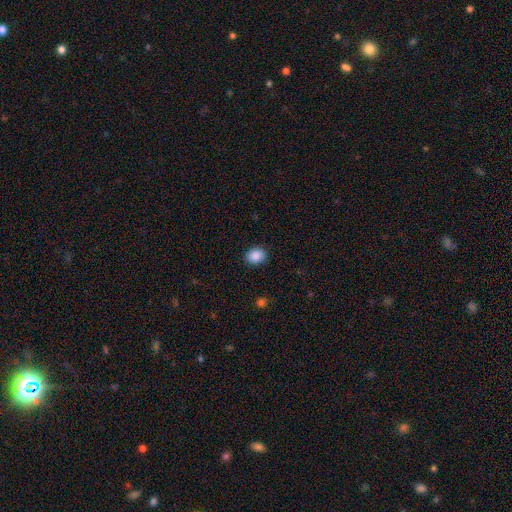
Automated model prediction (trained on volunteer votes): Smooth or featured: smooth — 88% (star or artifact — 8%)
How rounded: round — 55% (in between — 44%)
Merging: none — 88% (minor disturbance — 8%)